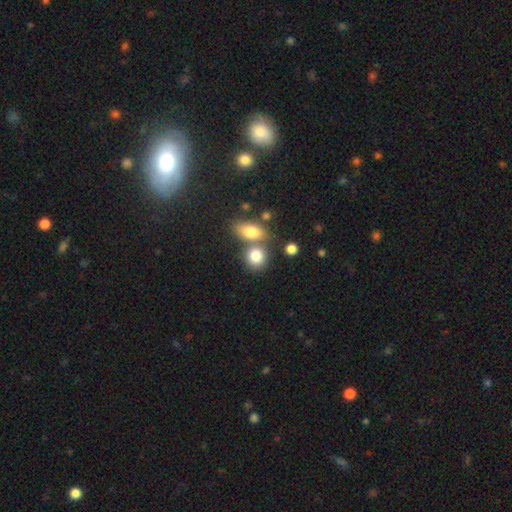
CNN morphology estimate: smooth 82%, featured or disk 9%, star or artifact 9%. Down the decision tree: how rounded — round (67%); merging — none (51%).